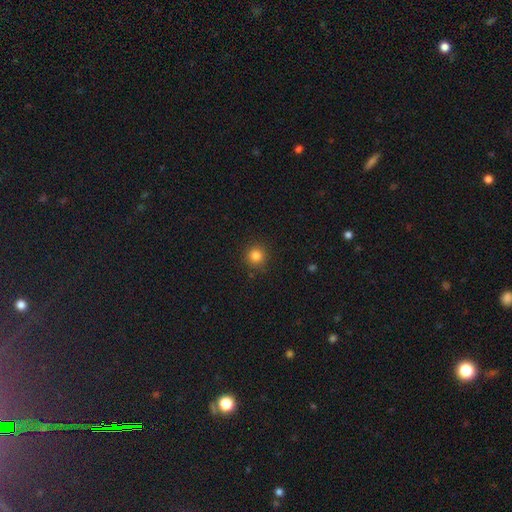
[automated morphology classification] A smooth galaxy with no disk features (83%) that is round (94%). Merging: none (90%).